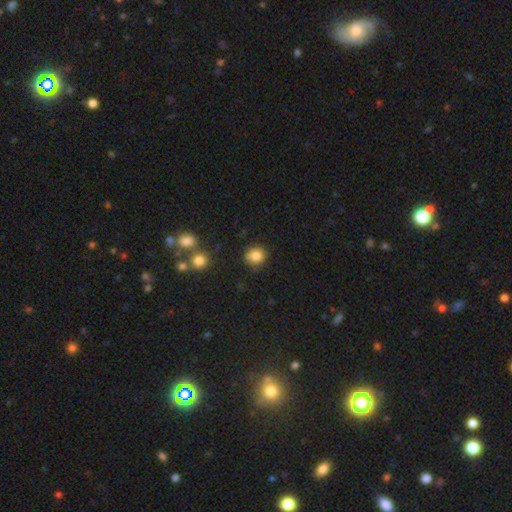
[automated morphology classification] Q: Smooth or featured?
A: smooth (83%); runner-up: star or artifact (11%)
Q: How rounded?
A: round (79%); runner-up: in between (20%)
Q: Merging?
A: none (76%); runner-up: minor disturbance (16%)